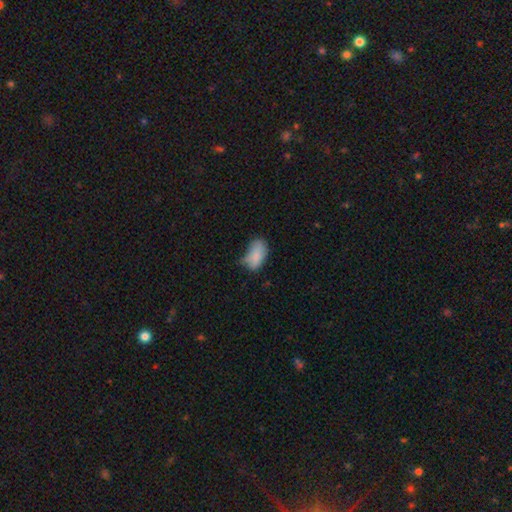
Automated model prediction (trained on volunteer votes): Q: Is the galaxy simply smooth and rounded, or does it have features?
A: smooth — 82%.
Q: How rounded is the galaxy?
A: in between — 93%.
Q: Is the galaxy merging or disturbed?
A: minor disturbance — 42%.